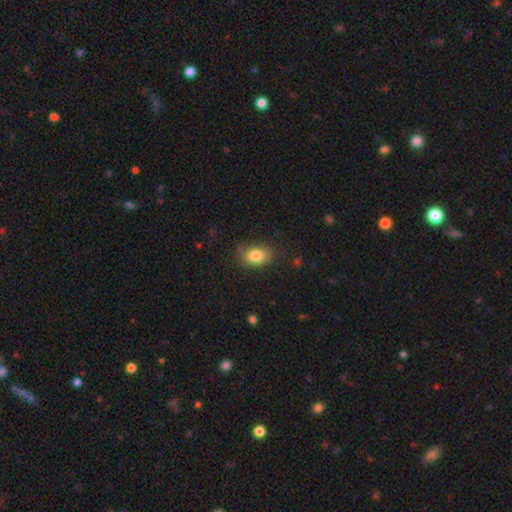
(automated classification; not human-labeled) This is clearly a smooth galaxy (83%). How rounded: clearly in between (84%). Merging: likely none (75%).